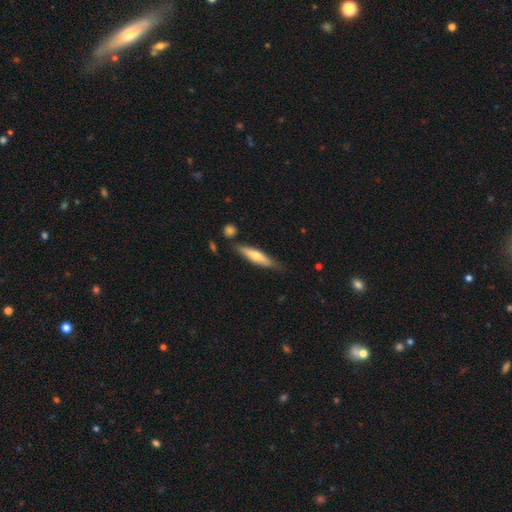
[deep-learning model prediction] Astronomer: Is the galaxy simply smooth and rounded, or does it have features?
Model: smooth — 51% (runner-up: featured or disk, 44%).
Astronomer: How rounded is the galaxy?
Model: cigar-shaped — 77%.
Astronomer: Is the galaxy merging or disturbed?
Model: none — 77%.